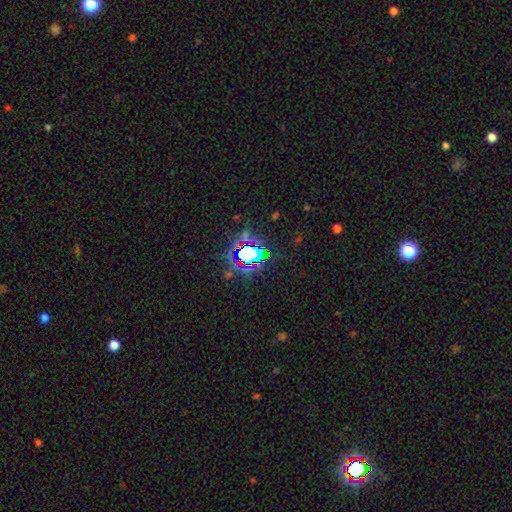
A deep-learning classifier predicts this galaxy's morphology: The model was most divided on "smooth or featured": star or artifact: 73%, smooth: 16%, featured or disk: 11%.